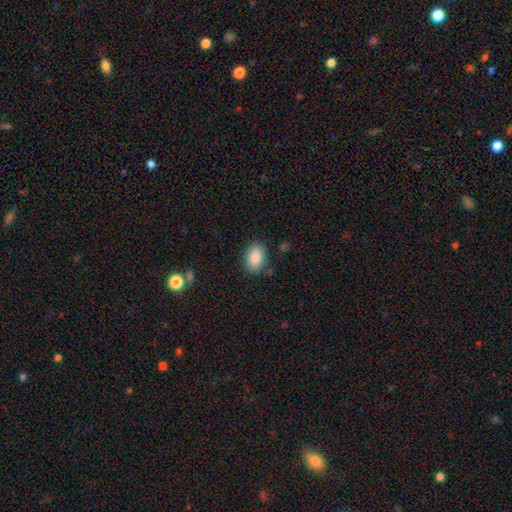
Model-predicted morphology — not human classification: Smooth or featured? Predicted: smooth (p=0.88). How rounded? Predicted: in between (p=0.87). Merging? Predicted: none (p=0.84).